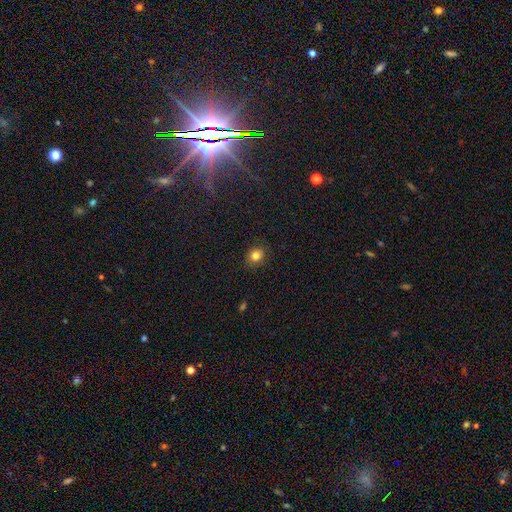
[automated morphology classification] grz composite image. It shows a smooth galaxy with no disk features (82%) that is round (71%). Merging: none (88%).